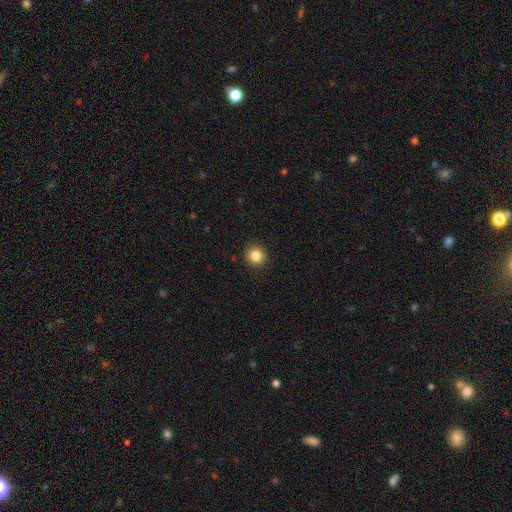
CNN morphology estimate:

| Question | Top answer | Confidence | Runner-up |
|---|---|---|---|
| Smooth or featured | smooth | 85% | star or artifact (10%) |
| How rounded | round | 92% | in between (7%) |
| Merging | none | 91% | minor disturbance (6%) |